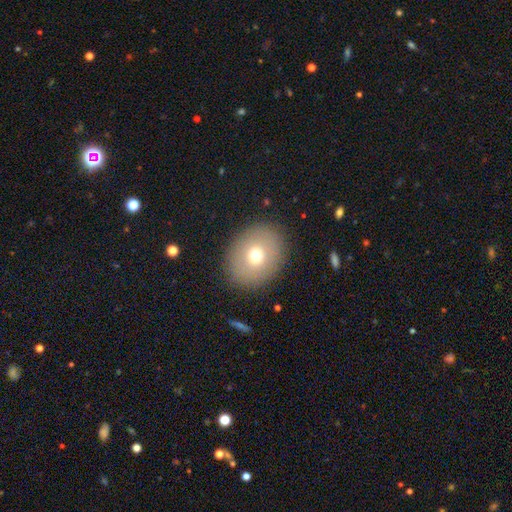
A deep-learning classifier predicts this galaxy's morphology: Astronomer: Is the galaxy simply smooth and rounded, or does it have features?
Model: smooth — 70%.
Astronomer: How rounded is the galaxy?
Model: round — 55% (runner-up: in between, 44%).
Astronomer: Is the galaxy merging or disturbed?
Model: none — 88%.